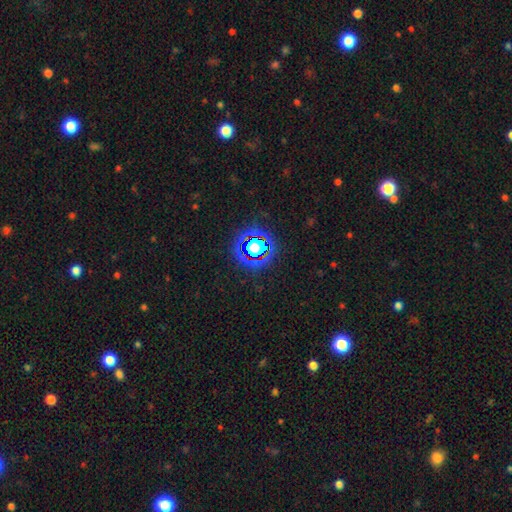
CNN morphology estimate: Smooth or featured: star or artifact — 80% (smooth — 12%)